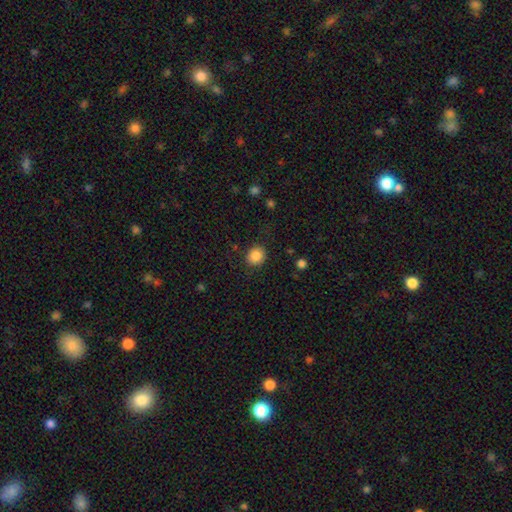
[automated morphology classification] Smooth or featured? Predicted: smooth (p=0.86). How rounded? Predicted: round (p=0.82). Merging? Predicted: none (p=0.87).